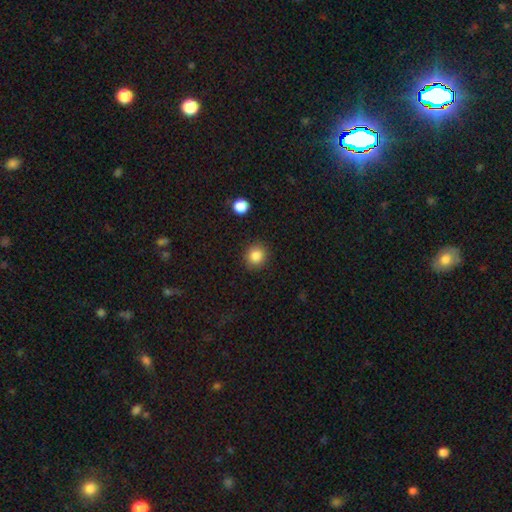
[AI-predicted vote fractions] Q: Smooth or featured?
A: smooth (86%); runner-up: star or artifact (10%)
Q: How rounded?
A: round (88%); runner-up: in between (12%)
Q: Merging?
A: none (90%); runner-up: minor disturbance (6%)